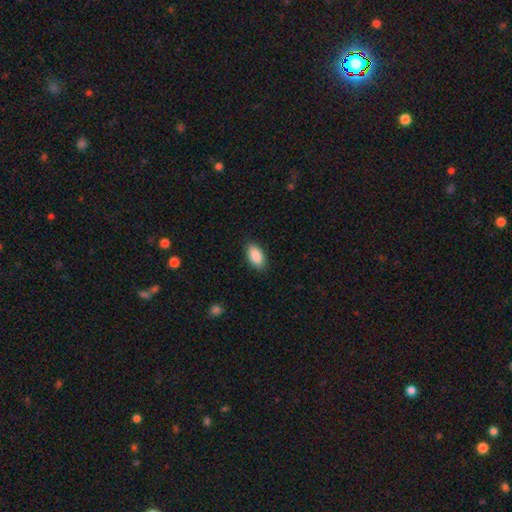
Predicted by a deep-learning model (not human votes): The model was most divided on "merging": none: 87%, minor disturbance: 10%, major disturbance: 2%, merger: 1%. More confident: how rounded — in between (93%); smooth or featured — smooth (89%).